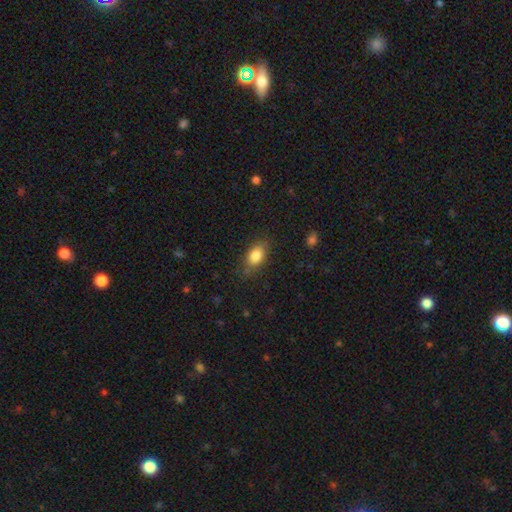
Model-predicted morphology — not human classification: Q: Smooth or featured?
A: smooth (84%); runner-up: featured or disk (8%)
Q: How rounded?
A: in between (87%); runner-up: round (10%)
Q: Merging?
A: none (77%); runner-up: minor disturbance (17%)